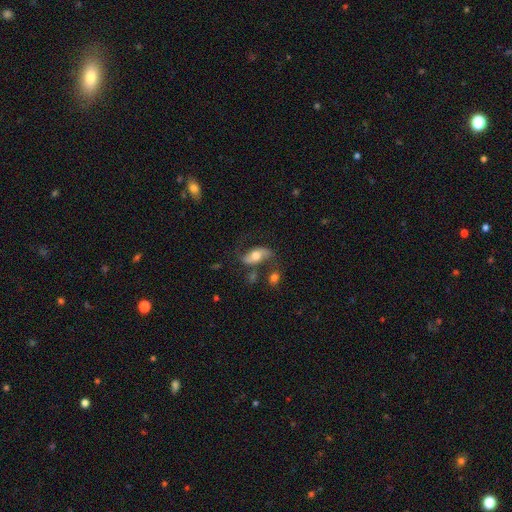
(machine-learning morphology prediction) type=featured or disk (59%); edge-on=no (88%); bar=no (53%); spiral arms=yes (83%); bulge=moderate (66%); merging=none (59%).